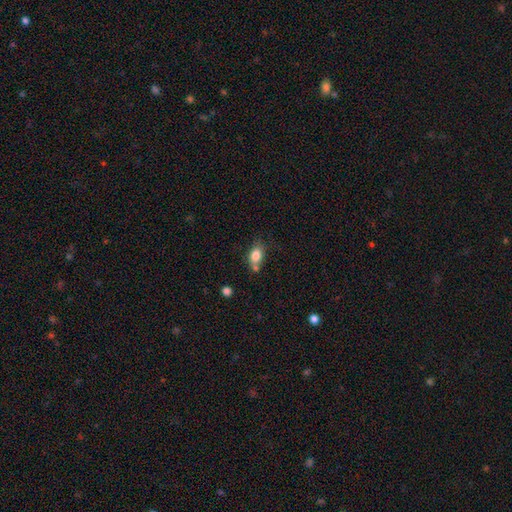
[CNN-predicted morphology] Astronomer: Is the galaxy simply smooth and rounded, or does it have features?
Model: smooth — 81%.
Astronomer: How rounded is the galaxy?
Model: in between — 77%.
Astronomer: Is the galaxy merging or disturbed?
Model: none — 51%.